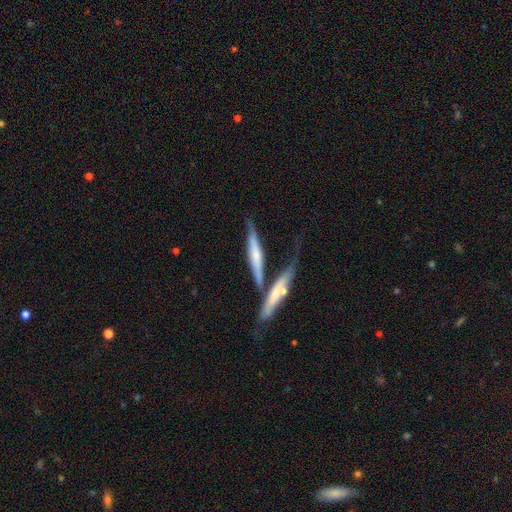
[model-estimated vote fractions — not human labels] The model was most divided on "edge-on bulge": rounded: 45%, none: 42%, boxy: 13%. Remaining: edge-on disk — yes (87%); smooth or featured — featured or disk (60%); merging — none (45%).